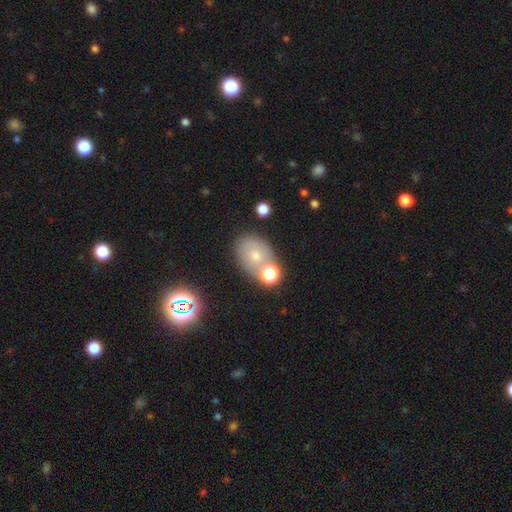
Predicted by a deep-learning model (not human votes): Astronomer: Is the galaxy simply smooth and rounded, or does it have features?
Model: smooth — 60%.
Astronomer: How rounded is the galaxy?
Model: in between — 60% (runner-up: round, 39%).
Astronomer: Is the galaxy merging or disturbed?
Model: none — 58%.